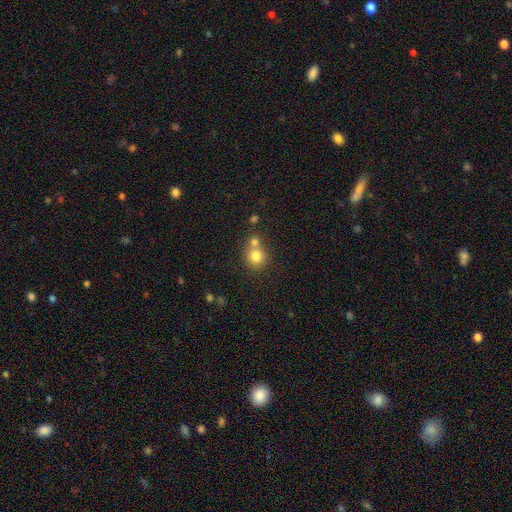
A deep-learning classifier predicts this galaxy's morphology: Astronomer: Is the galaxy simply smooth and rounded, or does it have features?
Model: smooth — 79%.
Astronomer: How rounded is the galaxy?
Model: round — 88%.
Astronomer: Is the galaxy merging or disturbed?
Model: none — 52% (runner-up: merger, 38%).